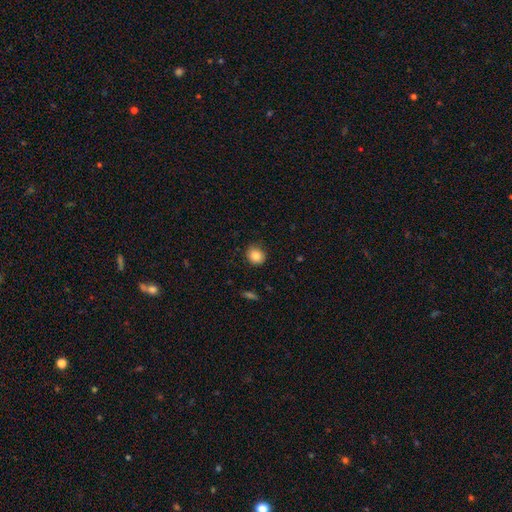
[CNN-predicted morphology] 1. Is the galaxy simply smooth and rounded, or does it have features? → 85% smooth, 9% star or artifact, 5% featured or disk.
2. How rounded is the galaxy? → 78% round, 21% in between, 1% cigar-shaped.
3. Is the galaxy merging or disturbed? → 86% none, 11% minor disturbance, 2% major disturbance, 1% merger.